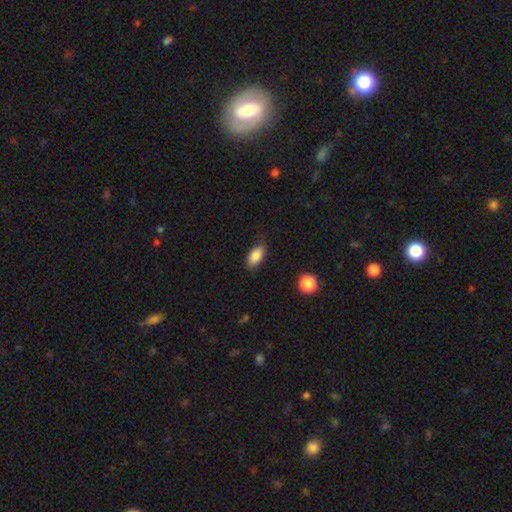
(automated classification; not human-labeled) smooth_or_featured: smooth (p=0.85) [alt: star or artifact p=0.08]
how_rounded: in between (p=0.90) [alt: cigar-shaped p=0.05]
merging: none (p=0.81) [alt: minor disturbance p=0.14]